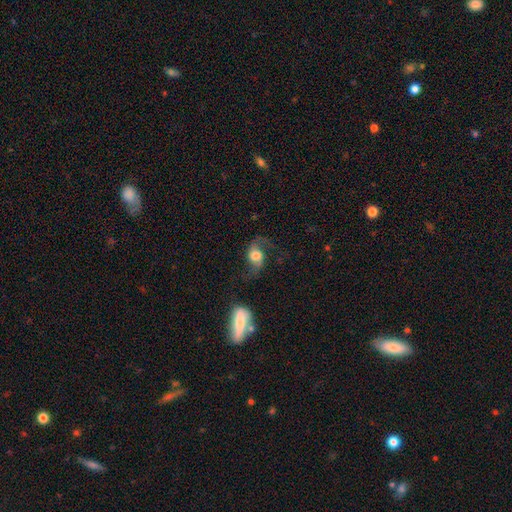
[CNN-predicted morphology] type=featured or disk (67%); edge-on=no (96%); bar=no (53%); spiral arms=yes (91%); winding=loose (76%); arm count=2 (88%); bulge=moderate (51%); merging=none (58%).